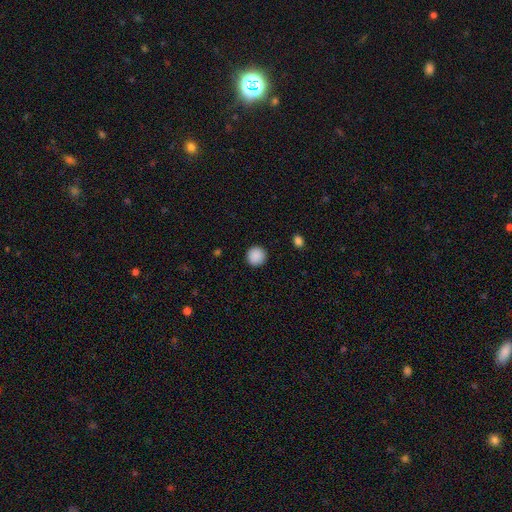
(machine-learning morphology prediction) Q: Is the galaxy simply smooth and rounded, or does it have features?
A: smooth — 89%.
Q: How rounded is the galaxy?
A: round — 95%.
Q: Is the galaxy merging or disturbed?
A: none — 92%.